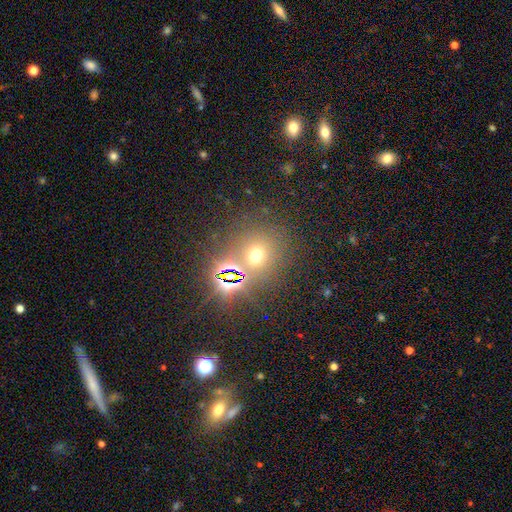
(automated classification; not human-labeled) The model was most divided on "smooth or featured": smooth: 54%, star or artifact: 37%, featured or disk: 10%. More confident: how rounded — round (84%); merging — none (74%).